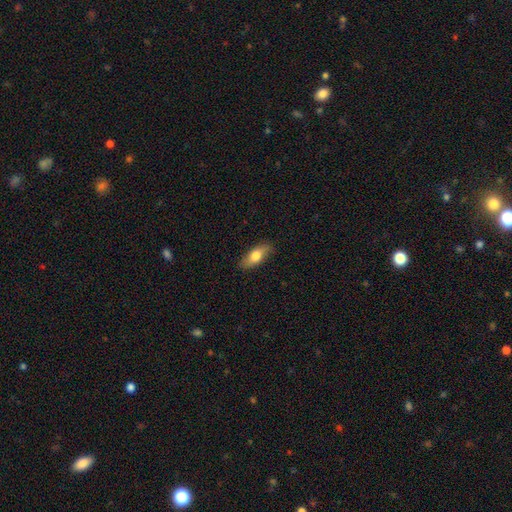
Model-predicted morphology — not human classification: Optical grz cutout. It shows a smooth galaxy with no disk features (70%) that is in between round and cigar-shaped (76%). Merging: none (83%).